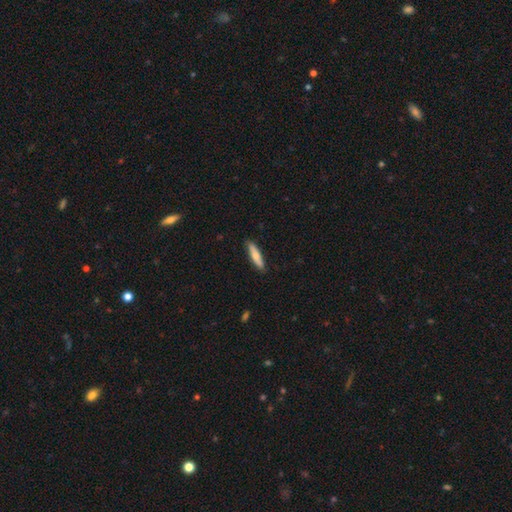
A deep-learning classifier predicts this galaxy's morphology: type=smooth (68%); roundness=cigar-shaped (81%); merging=none (88%).